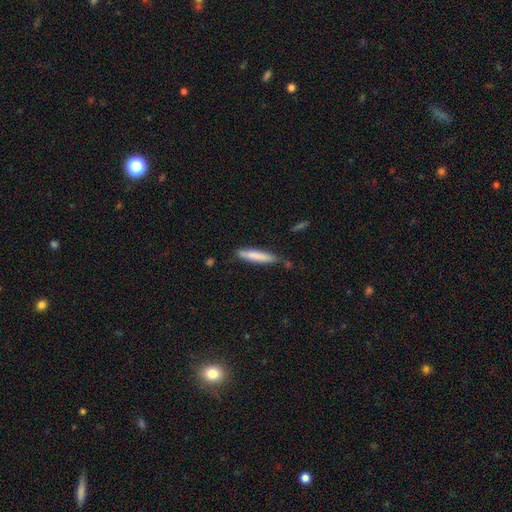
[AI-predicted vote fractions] The model was most divided on "merging": none: 76%, minor disturbance: 18%, merger: 4%, major disturbance: 3%. More confident: how rounded — cigar-shaped (90%); smooth or featured — smooth (79%).